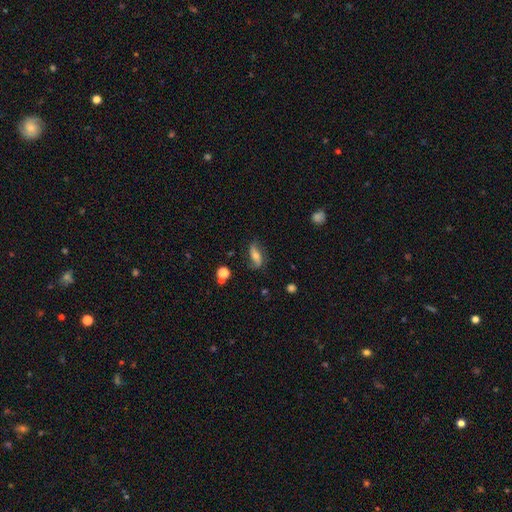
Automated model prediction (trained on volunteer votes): The model was most divided on "smooth or featured": featured or disk: 59%, smooth: 32%, star or artifact: 9%. More confident: edge-on disk — no (80%); merging — none (72%).